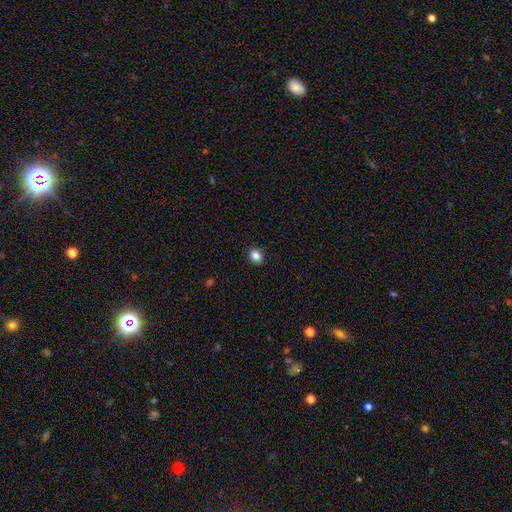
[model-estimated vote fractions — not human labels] Overall: smooth (86%). How rounded: in between (50%; round 49%). Merging: none (90%).